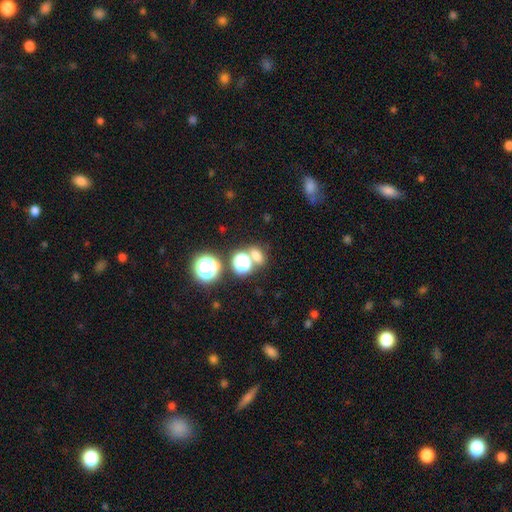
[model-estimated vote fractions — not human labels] This is likely a smooth galaxy (64%). How rounded: possibly round (56%). Merging: likely none (61%).